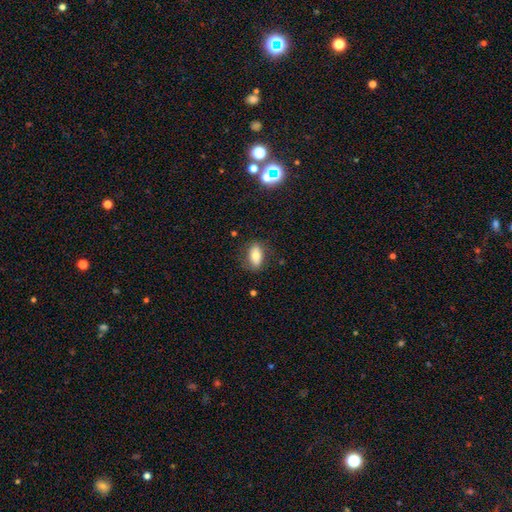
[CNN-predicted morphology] A smooth galaxy with no disk features (74%) that is in between round and cigar-shaped (86%).

Vote fractions:
- Smooth or featured? smooth: 74% / featured or disk: 18% / star or artifact: 8%
- How rounded? in between: 86% / cigar-shaped: 8% / round: 6%
- Merging? none: 80% / minor disturbance: 14% / major disturbance: 4% / merger: 1%